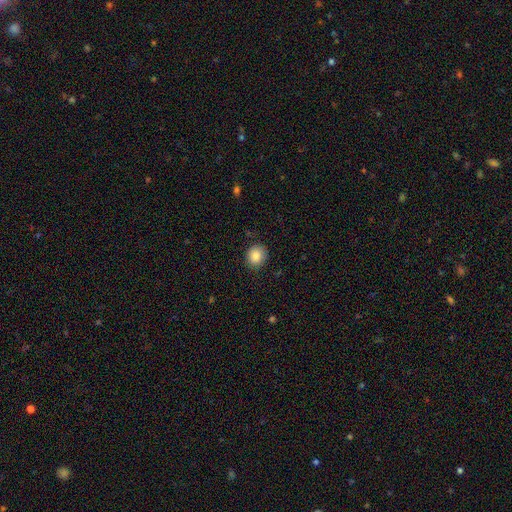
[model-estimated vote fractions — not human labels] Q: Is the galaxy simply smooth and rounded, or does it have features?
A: smooth — 86%.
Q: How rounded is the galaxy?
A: round — 75%.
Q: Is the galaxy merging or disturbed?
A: none — 87%.